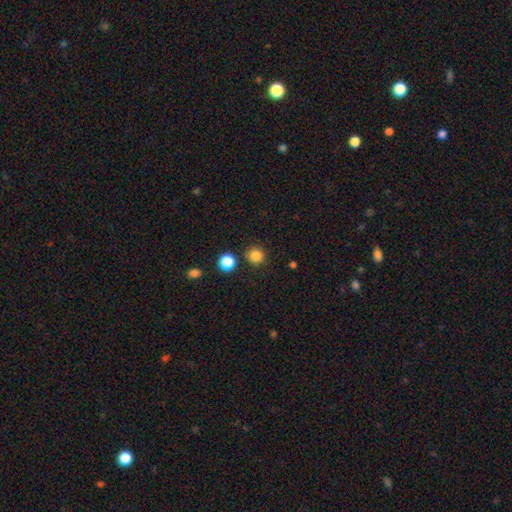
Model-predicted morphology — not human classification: This is clearly a smooth galaxy (84%). How rounded: clearly round (93%). Merging: clearly none (87%).